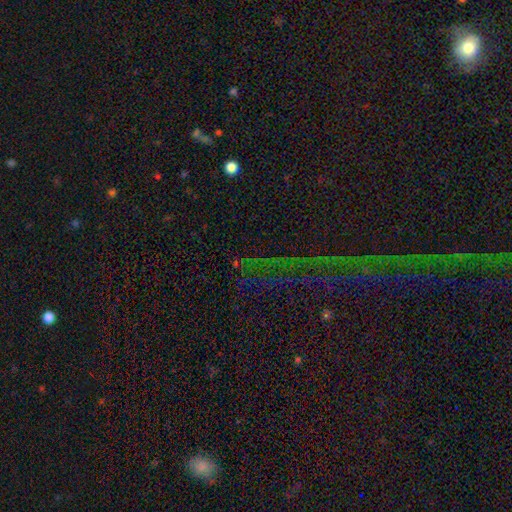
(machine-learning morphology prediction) Overall: star or artifact (77%).